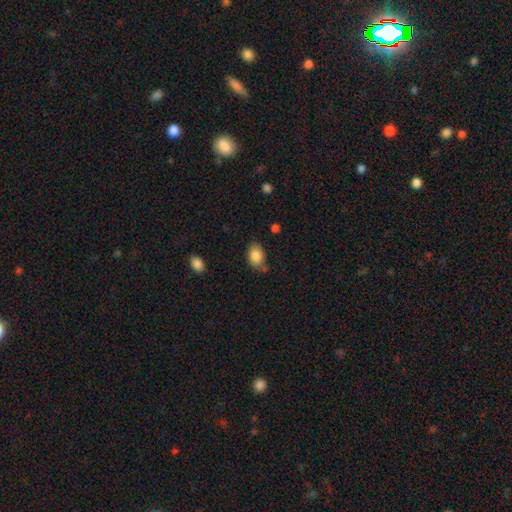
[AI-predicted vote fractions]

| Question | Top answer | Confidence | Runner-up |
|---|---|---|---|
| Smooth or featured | smooth | 86% | star or artifact (8%) |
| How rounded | in between | 82% | round (17%) |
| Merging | none | 69% | minor disturbance (20%) |